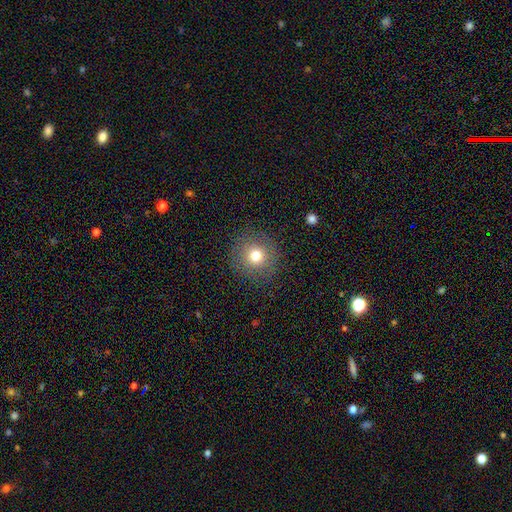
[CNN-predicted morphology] Q: Smooth or featured?
A: smooth (73%); runner-up: star or artifact (14%)
Q: How rounded?
A: round (93%); runner-up: in between (6%)
Q: Merging?
A: none (88%); runner-up: minor disturbance (8%)